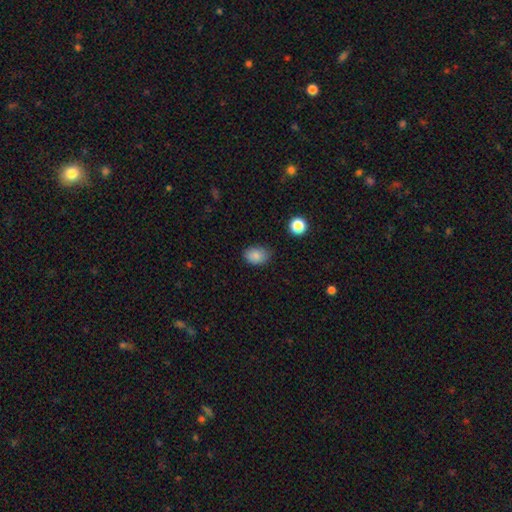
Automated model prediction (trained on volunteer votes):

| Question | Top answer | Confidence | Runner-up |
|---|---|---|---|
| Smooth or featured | smooth | 85% | star or artifact (10%) |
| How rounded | in between | 75% | round (24%) |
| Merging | none | 78% | minor disturbance (17%) |